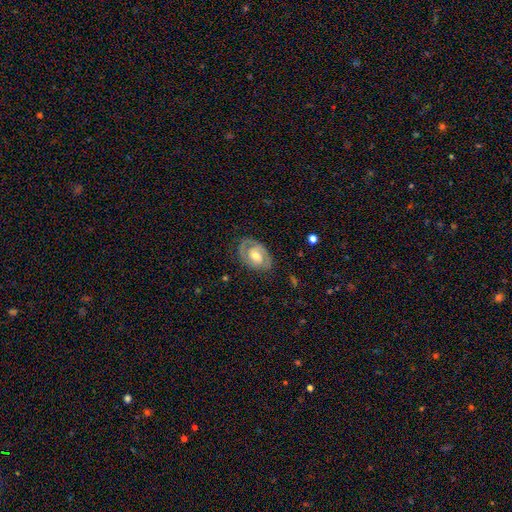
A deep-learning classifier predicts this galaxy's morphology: Smooth or featured? Predicted: featured or disk (p=0.78). Edge-on disk? Predicted: no (p=0.96). Bar? Predicted: no (p=0.57). Spiral arms? Predicted: yes (p=0.89). Spiral winding? Predicted: tight (p=0.56). Spiral arm count? Predicted: 2 (p=0.78). Bulge size? Predicted: moderate (p=0.66). Merging? Predicted: none (p=0.77).